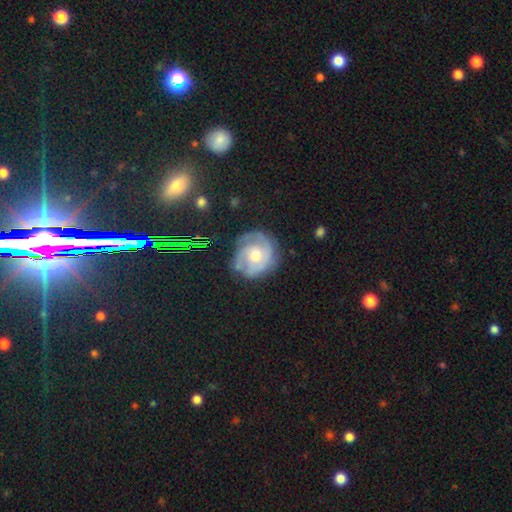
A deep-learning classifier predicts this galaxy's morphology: smooth-or-featured: featured or disk: 75% | smooth: 18% | star or artifact: 6%
  disk-edge-on: no: 98% | yes: 2%
    bar: no: 74% | weak: 23% | strong: 4%
    has-spiral-arms: yes: 90% | no: 10%
      spiral-winding: tight: 56% | medium: 34% | loose: 10%
      spiral-arm-count: 2: 32% | can't tell: 27% | 3: 25% | 1: 7% | 4: 5% | more than 4: 4%
    bulge-size: moderate: 69% | small: 16% | large: 12% | none: 2% | dominant: 1%
  merging: none: 70% | minor disturbance: 20% | major disturbance: 8% | merger: 2%